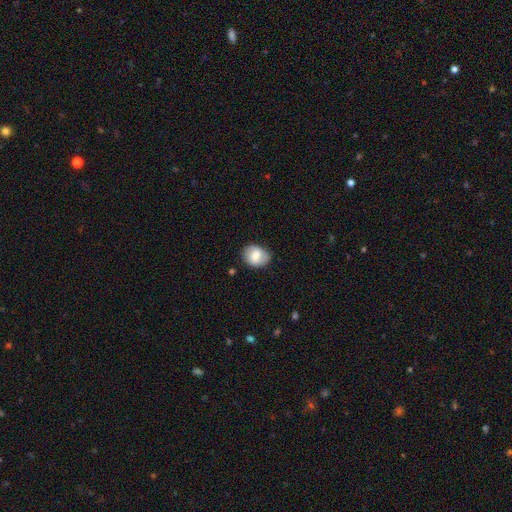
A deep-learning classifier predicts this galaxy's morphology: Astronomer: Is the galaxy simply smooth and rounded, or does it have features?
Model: smooth — 69%.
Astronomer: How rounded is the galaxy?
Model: in between — 50% (runner-up: round, 49%).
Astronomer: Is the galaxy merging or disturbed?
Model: none — 76%.